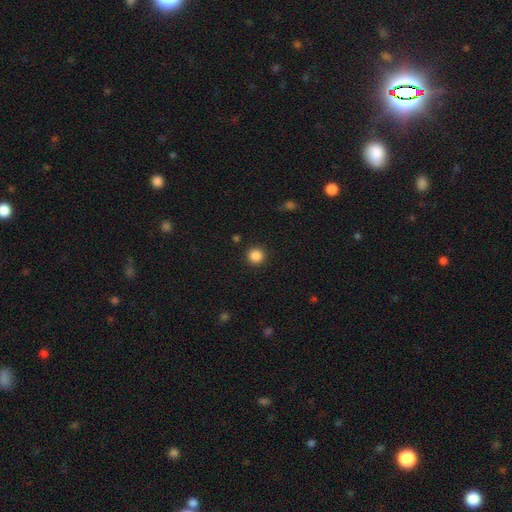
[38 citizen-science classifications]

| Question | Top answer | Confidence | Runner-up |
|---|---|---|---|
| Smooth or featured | smooth | 87% | star or artifact (8%) |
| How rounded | round | 97% | in between (3%) |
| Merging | none | 89% | minor disturbance (6%) |